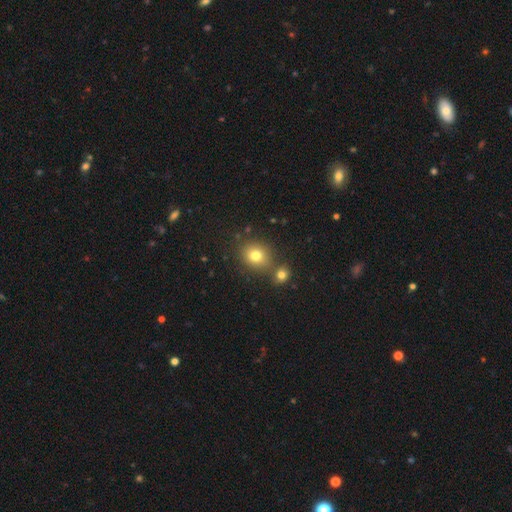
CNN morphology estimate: smooth-or-featured: smooth: 77% | star or artifact: 14% | featured or disk: 9%
  how-rounded: round: 73% | in between: 26% | cigar-shaped: 1%
  merging: none: 69% | merger: 18% | minor disturbance: 10% | major disturbance: 3%